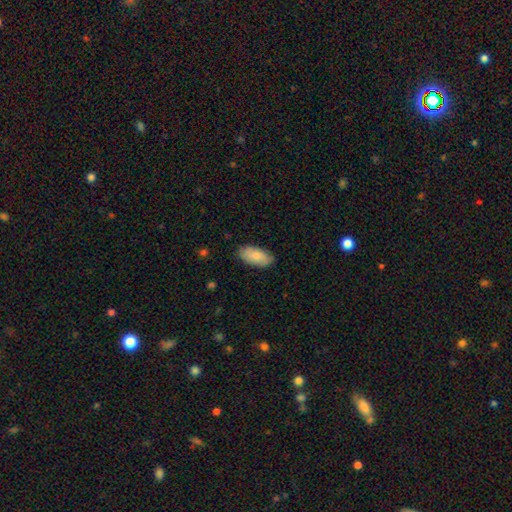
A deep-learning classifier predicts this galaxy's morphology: Smooth or featured? Predicted: smooth (p=0.83). How rounded? Predicted: in between (p=0.93). Merging? Predicted: none (p=0.84).